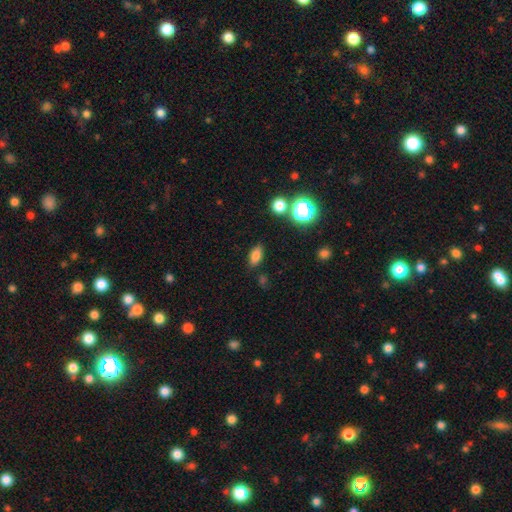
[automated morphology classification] A smooth galaxy with no disk features (79%) that is in between round and cigar-shaped (85%). Merging: none (82%).